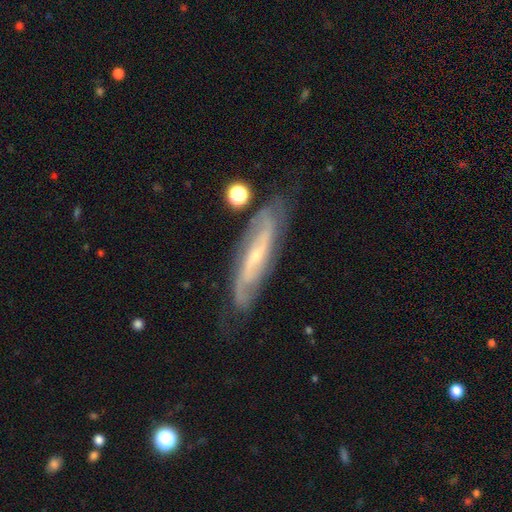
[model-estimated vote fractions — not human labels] The model was most divided on "bar": weak: 38%, no: 36%, strong: 26%. Remaining: spiral arms — yes (95%); smooth or featured — featured or disk (83%); edge-on disk — no (77%); merging — none (75%); bulge size — small (72%); spiral arm count — 2 (70%); spiral winding — medium (44%).